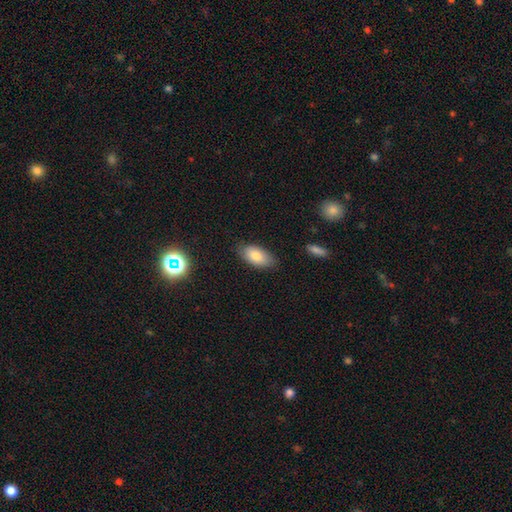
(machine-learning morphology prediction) type=smooth (82%); roundness=in between (93%); merging=none (80%).